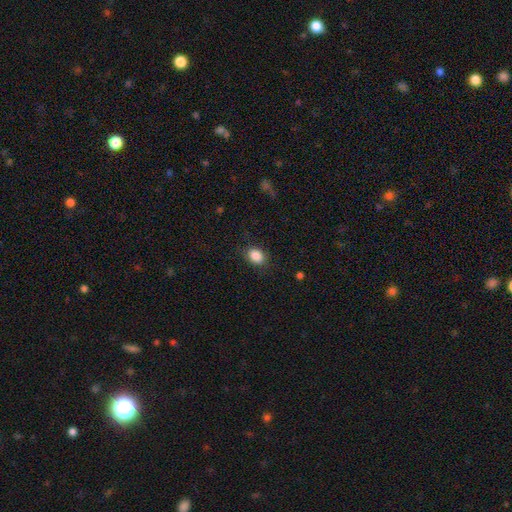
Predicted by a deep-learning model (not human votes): This appears to be a smooth galaxy with no disk features (87%) that is in between round and cigar-shaped (65%). Merging: none (82%).